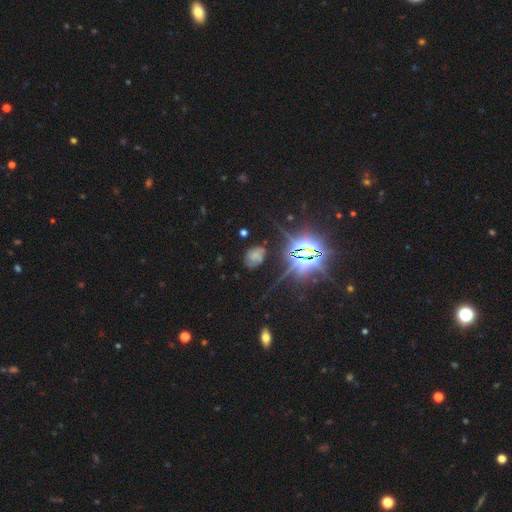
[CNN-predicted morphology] Smooth or featured? Predicted: smooth (p=0.39, tied with star or artifact). Merging? Predicted: none (p=0.65).